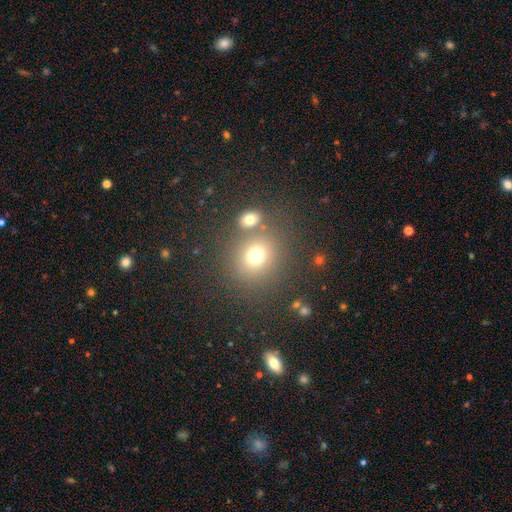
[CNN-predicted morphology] Overall: smooth (73%). How rounded: round (79%). Merging: none (68%).